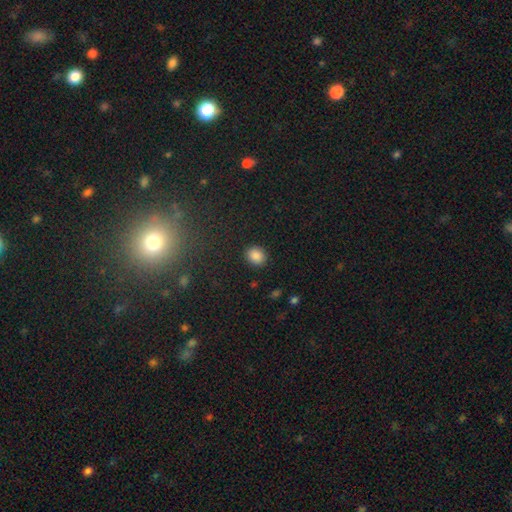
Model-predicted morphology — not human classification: smooth-or-featured: smooth: 87% | star or artifact: 9% | featured or disk: 4%
  how-rounded: round: 65% | in between: 34% | cigar-shaped: 1%
  merging: none: 88% | minor disturbance: 8% | major disturbance: 3% | merger: 1%